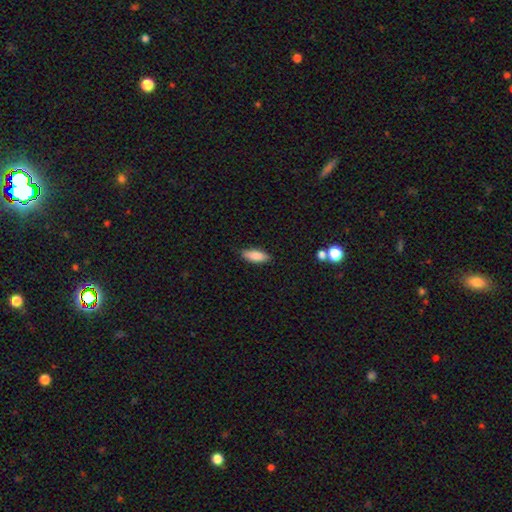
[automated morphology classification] A smooth galaxy with no disk features (85%) that is in between round and cigar-shaped (75%).

Vote fractions:
- Smooth or featured? smooth: 85% / featured or disk: 8% / star or artifact: 7%
- How rounded? in between: 75% / cigar-shaped: 23% / round: 2%
- Merging? none: 84% / minor disturbance: 12% / major disturbance: 2% / merger: 1%